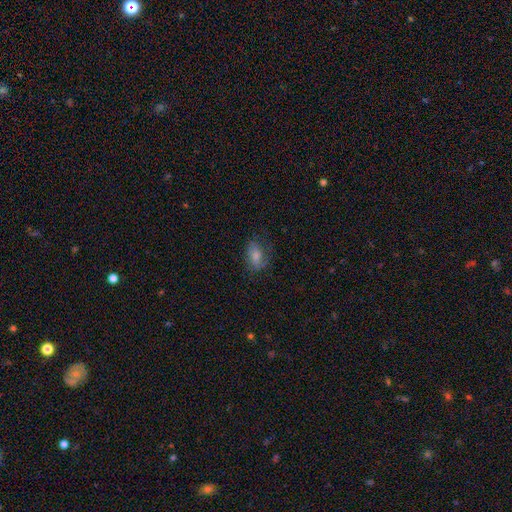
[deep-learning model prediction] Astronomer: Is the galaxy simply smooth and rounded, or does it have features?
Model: smooth — 54% (runner-up: featured or disk, 32%).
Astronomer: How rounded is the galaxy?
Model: in between — 81%.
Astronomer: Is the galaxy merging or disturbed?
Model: none — 66%.